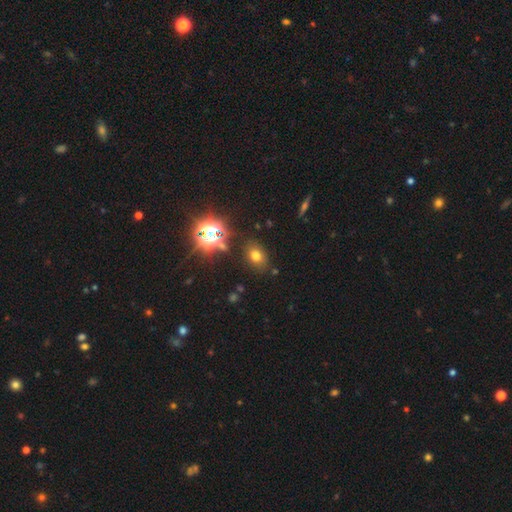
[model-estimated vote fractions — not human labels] Morphology: type=smooth (67%); roundness=in between (63%); merging=none (82%).